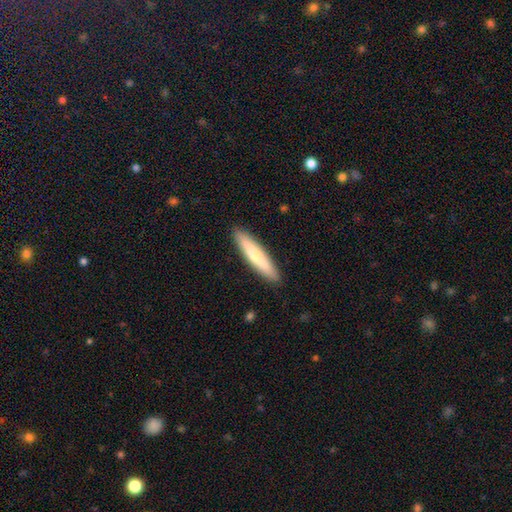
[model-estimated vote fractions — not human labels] Q: Smooth or featured?
A: smooth (66%); runner-up: featured or disk (29%)
Q: How rounded?
A: cigar-shaped (90%); runner-up: in between (9%)
Q: Merging?
A: none (91%); runner-up: minor disturbance (7%)